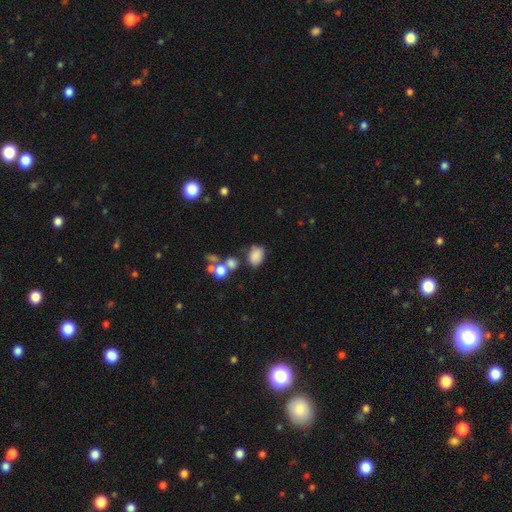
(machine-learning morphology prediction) smooth 81%, star or artifact 12%, featured or disk 7%. Down the decision tree: how rounded — in between (69%); merging — none (60%).